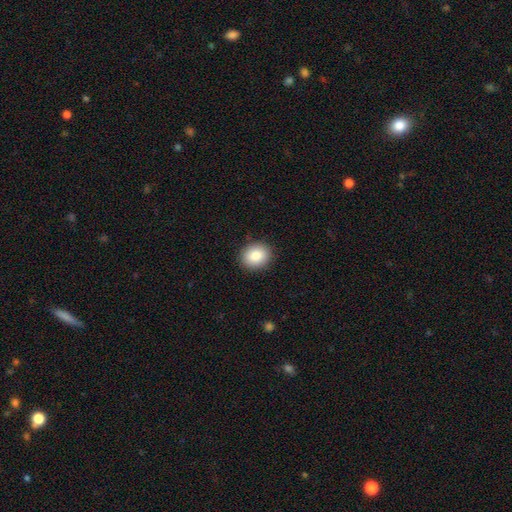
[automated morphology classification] Overall: smooth (87%). How rounded: round (64%; in between 35%). Merging: none (90%).